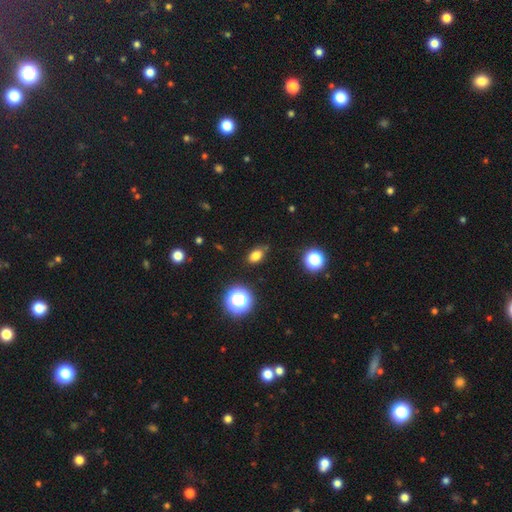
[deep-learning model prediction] Overall: smooth (78%). How rounded: in between (78%). Merging: none (80%).